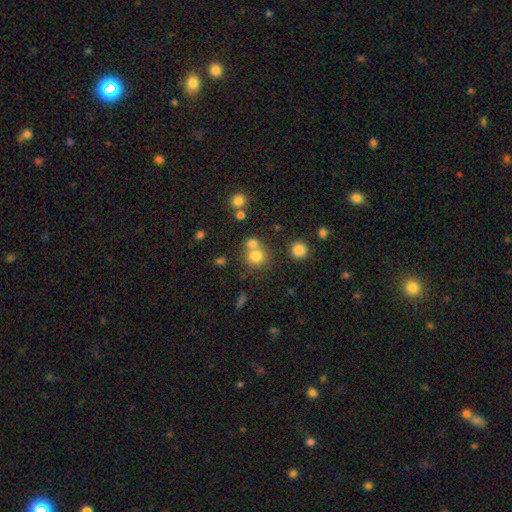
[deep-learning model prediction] Q: Smooth or featured?
A: smooth (76%); runner-up: star or artifact (14%)
Q: How rounded?
A: round (86%); runner-up: in between (13%)
Q: Merging?
A: none (52%); runner-up: merger (37%)